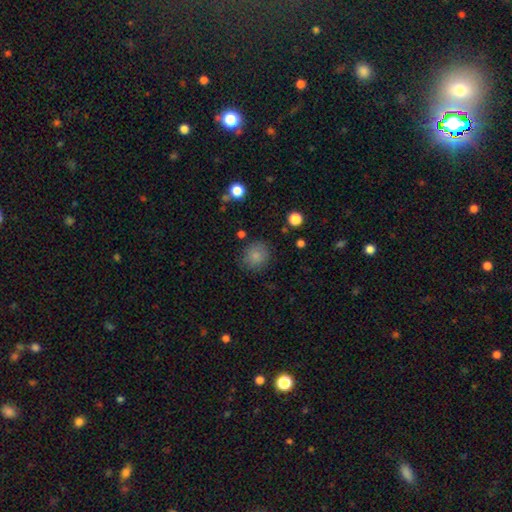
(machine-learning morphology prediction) A smooth galaxy with no disk features (83%) that is round (85%). Merging: none (81%).